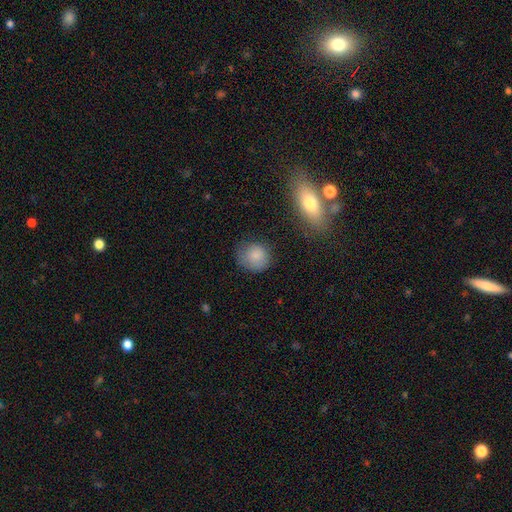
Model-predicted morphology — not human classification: type=smooth (83%); roundness=round (82%); merging=none (70%).